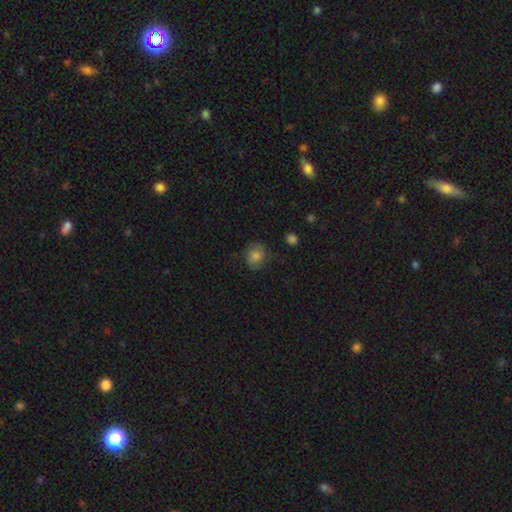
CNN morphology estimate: type=smooth (80%); roundness=round (73%); merging=none (77%).